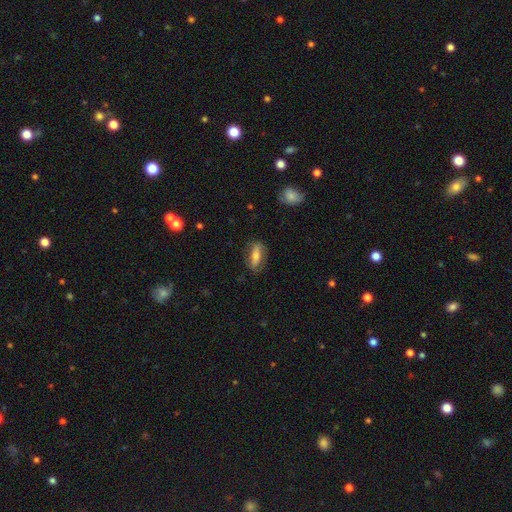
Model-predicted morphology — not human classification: smooth-or-featured: smooth: 59% | featured or disk: 34% | star or artifact: 7%
  how-rounded: in between: 64% | cigar-shaped: 31% | round: 4%
  merging: none: 77% | minor disturbance: 16% | major disturbance: 5% | merger: 1%